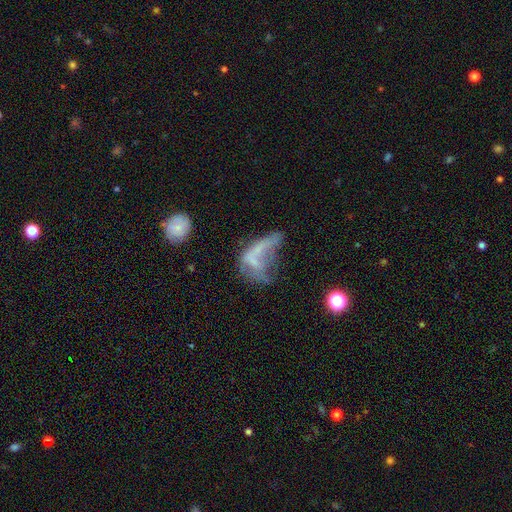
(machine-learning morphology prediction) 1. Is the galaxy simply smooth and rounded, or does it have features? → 47% featured or disk, 38% smooth, 16% star or artifact.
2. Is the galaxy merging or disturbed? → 53% major disturbance, 18% none, 17% minor disturbance, 13% merger.